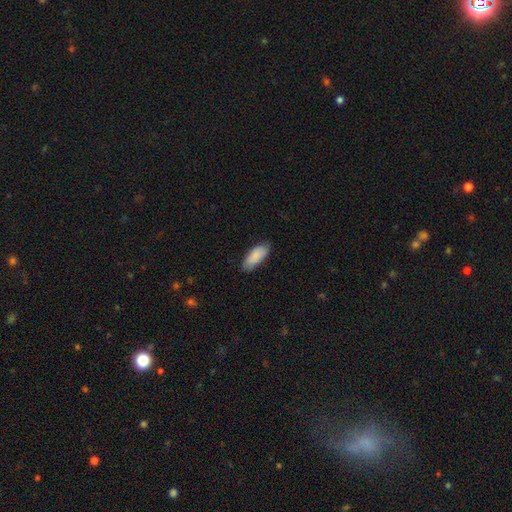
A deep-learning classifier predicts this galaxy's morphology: Q: Smooth or featured?
A: smooth (88%); runner-up: featured or disk (7%)
Q: How rounded?
A: in between (82%); runner-up: cigar-shaped (16%)
Q: Merging?
A: none (81%); runner-up: minor disturbance (16%)